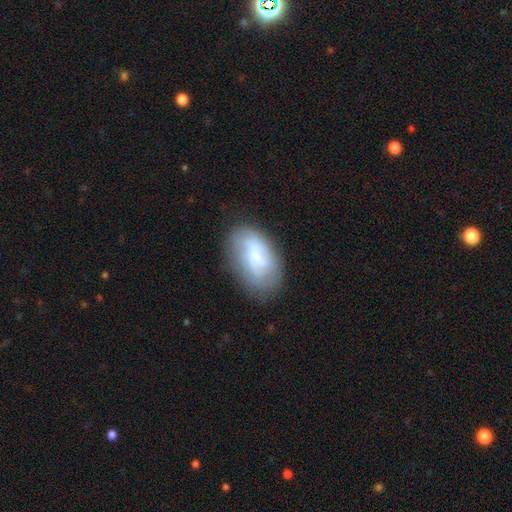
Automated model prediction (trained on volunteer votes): smooth_or_featured: smooth (p=0.50) [alt: featured or disk p=0.42]
merging: none (p=0.67) [alt: minor disturbance p=0.22]